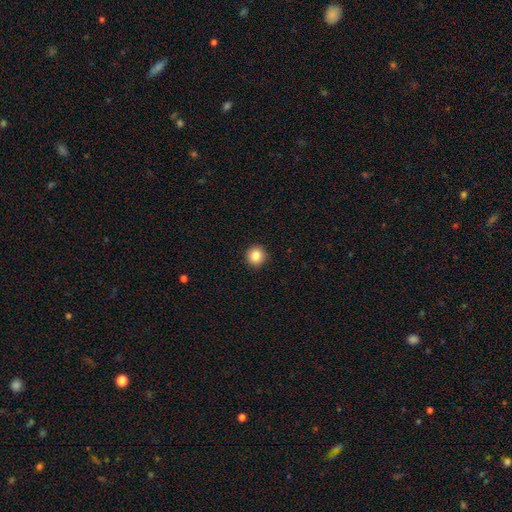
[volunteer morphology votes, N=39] Smooth or featured?
  - smooth: 87% *
  - featured or disk: 10%
  - star or artifact: 3%
How rounded?
  - round: 91% *
  - in between: 9%
  - cigar-shaped: 0%
Merging?
  - none: 97% *
  - major disturbance: 3%
  - minor disturbance: 0%
  - merger: 0%